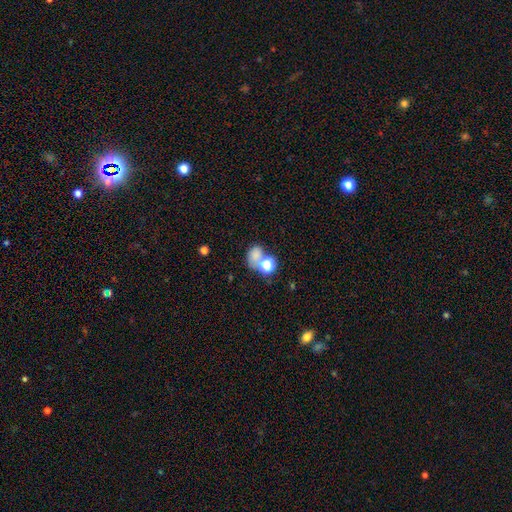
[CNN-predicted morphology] Q: Smooth or featured?
A: smooth (72%); runner-up: star or artifact (16%)
Q: How rounded?
A: in between (51%); runner-up: round (48%)
Q: Merging?
A: merger (45%); runner-up: none (36%)